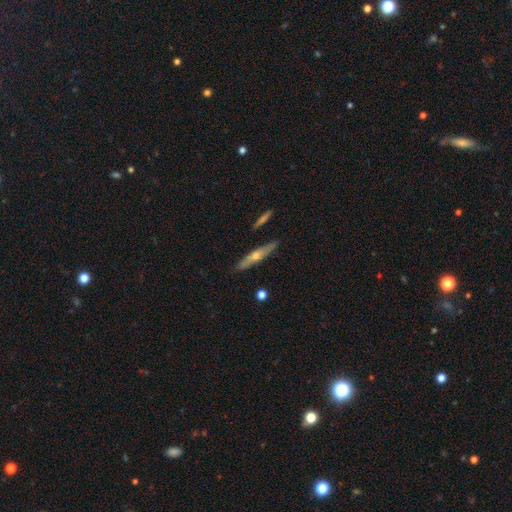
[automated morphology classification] smooth_or_featured: featured or disk (p=0.56) [alt: smooth p=0.37]
disk_edge_on: yes (p=0.88) [alt: no p=0.12]
merging: none (p=0.86) [alt: minor disturbance p=0.09]